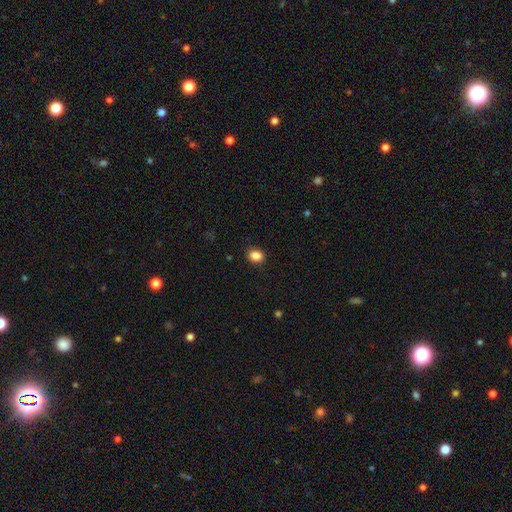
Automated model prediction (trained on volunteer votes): The model was most divided on "how rounded": round: 50%, in between: 49%, cigar-shaped: 1%. More confident: merging — none (88%); smooth or featured — smooth (87%).